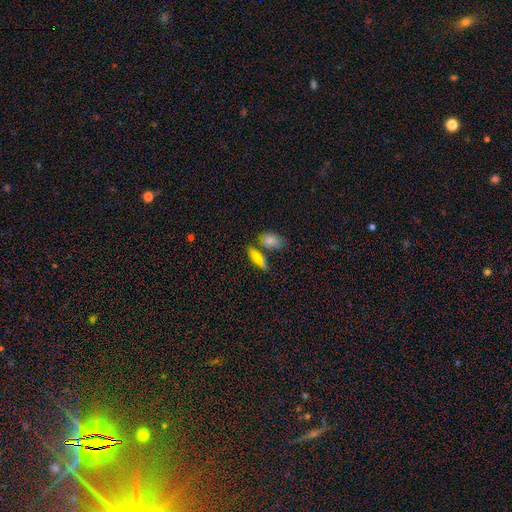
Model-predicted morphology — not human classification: Overall: smooth (62%; featured or disk 23%). How rounded: in between (59%; cigar-shaped 32%). Merging: none (60%; merger 26%).